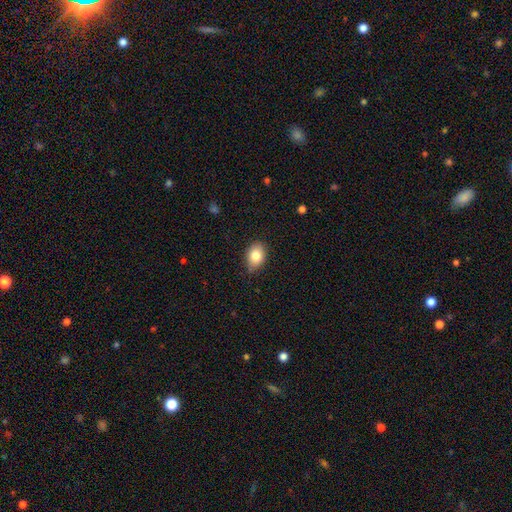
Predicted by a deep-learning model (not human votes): smooth-or-featured: smooth: 83% | star or artifact: 8% | featured or disk: 8%
  how-rounded: in between: 75% | round: 24% | cigar-shaped: 1%
  merging: none: 82% | minor disturbance: 15% | major disturbance: 2% | merger: 1%